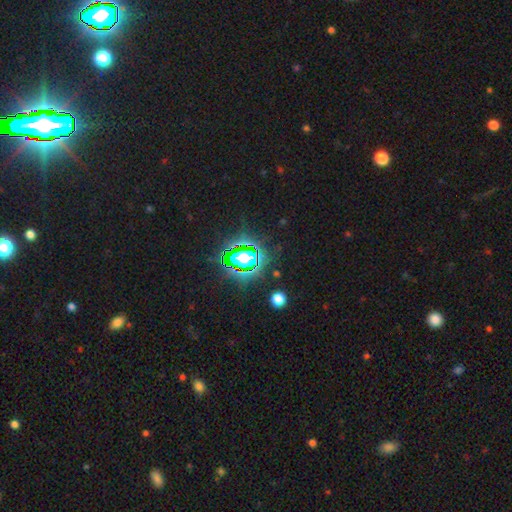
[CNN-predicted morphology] A star or artifact, not a galaxy (83%).